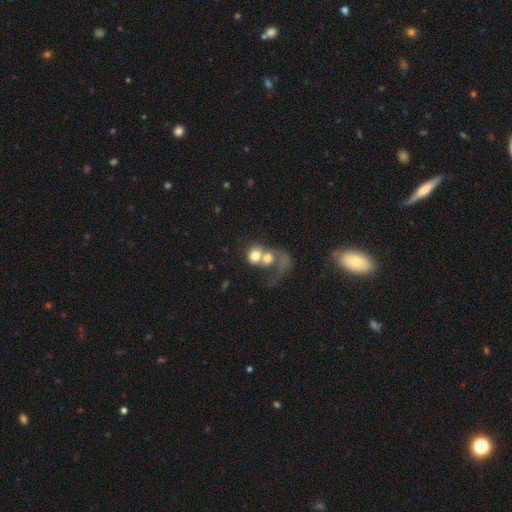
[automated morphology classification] smooth_or_featured: smooth (p=0.58) [alt: featured or disk p=0.33]
how_rounded: round (p=0.64) [alt: in between p=0.35]
merging: merger (p=0.72) [alt: major disturbance p=0.13]